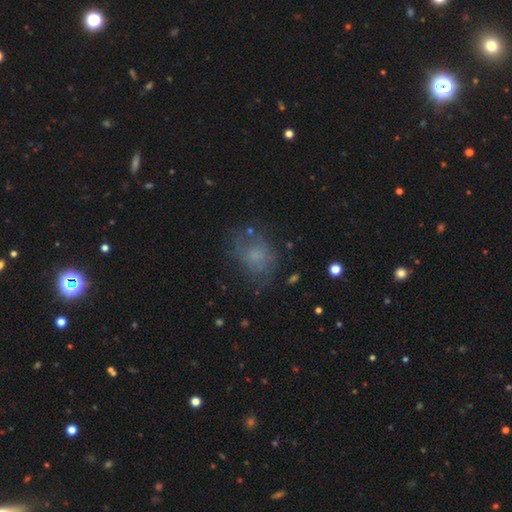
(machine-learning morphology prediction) Overall: smooth (53%; featured or disk 32%). How rounded: in between (57%; round 42%). Merging: none (56%; minor disturbance 24%).